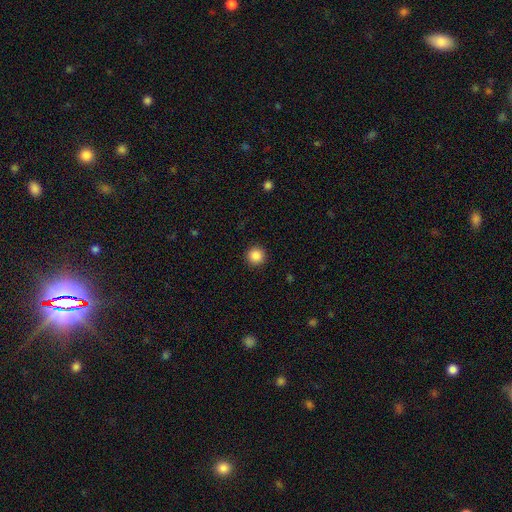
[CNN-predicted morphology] type=smooth (87%); roundness=round (96%); merging=none (92%).